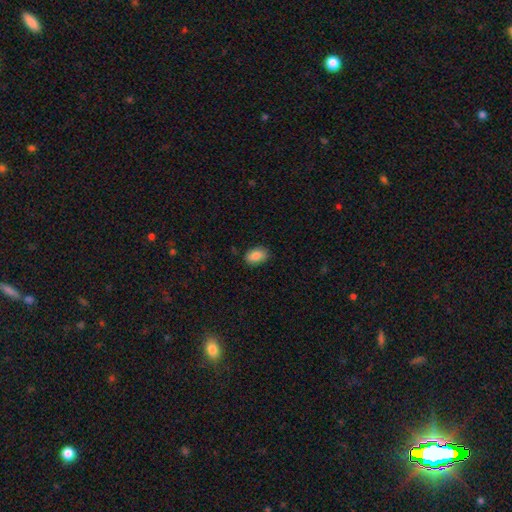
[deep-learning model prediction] smooth-or-featured: smooth: 85% | star or artifact: 8% | featured or disk: 7%
  how-rounded: in between: 88% | round: 11% | cigar-shaped: 1%
  merging: none: 86% | minor disturbance: 11% | major disturbance: 2% | merger: 1%